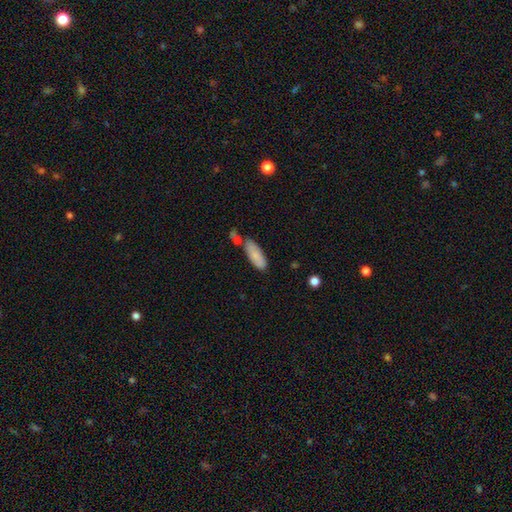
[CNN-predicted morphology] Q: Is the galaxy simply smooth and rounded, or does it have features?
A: smooth — 81%.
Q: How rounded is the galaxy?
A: in between — 67%.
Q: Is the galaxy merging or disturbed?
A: none — 57%.